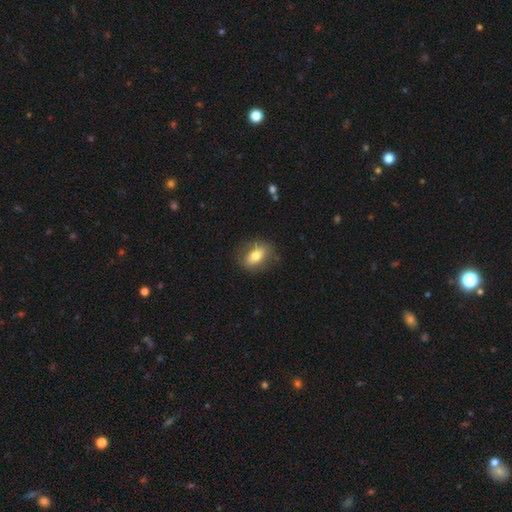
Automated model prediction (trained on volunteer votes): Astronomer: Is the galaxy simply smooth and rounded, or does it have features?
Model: smooth — 64%.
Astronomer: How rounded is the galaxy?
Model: in between — 78%.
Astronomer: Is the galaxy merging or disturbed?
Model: none — 78%.